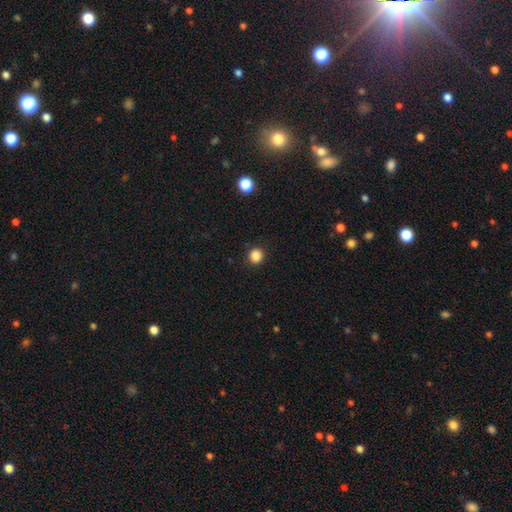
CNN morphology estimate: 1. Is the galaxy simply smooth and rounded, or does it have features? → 86% smooth, 11% star or artifact, 3% featured or disk.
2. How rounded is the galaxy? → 93% round, 6% in between, 1% cigar-shaped.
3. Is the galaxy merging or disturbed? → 92% none, 5% minor disturbance, 2% major disturbance, 1% merger.